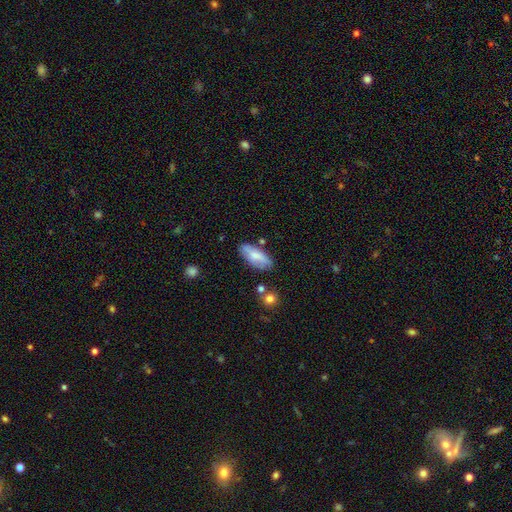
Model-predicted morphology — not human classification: type=smooth (70%); roundness=in between (82%); merging=none (72%).